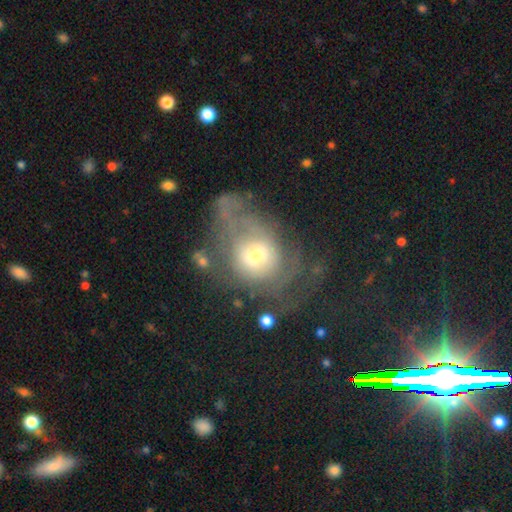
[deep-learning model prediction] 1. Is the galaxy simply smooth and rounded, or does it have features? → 52% featured or disk, 36% smooth, 12% star or artifact.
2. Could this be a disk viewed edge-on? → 95% no, 5% yes.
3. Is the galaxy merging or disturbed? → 46% major disturbance, 29% none, 19% minor disturbance, 6% merger.